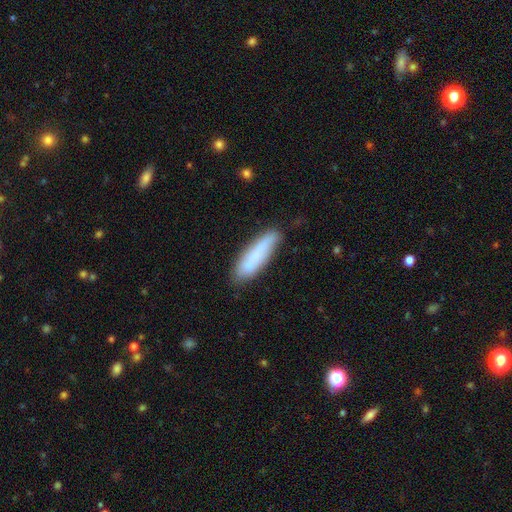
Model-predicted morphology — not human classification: A smooth galaxy with no disk features (74%) that is cigar-shaped (67%). Merging: none (72%).